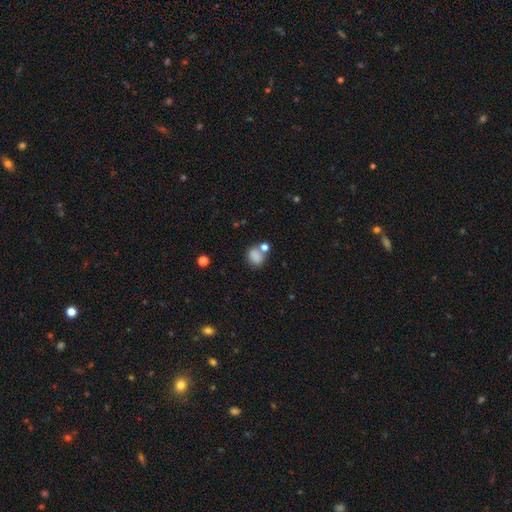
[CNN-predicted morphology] smooth_or_featured: smooth (p=0.81) [alt: star or artifact p=0.11]
how_rounded: in between (p=0.53) [alt: round p=0.45]
merging: none (p=0.52) [alt: merger p=0.26]